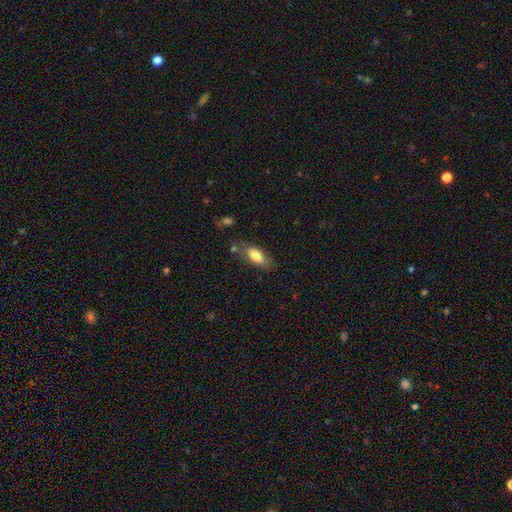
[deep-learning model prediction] smooth_or_featured: smooth (p=0.76) [alt: featured or disk p=0.17]
how_rounded: in between (p=0.78) [alt: cigar-shaped p=0.19]
merging: none (p=0.68) [alt: minor disturbance p=0.20]